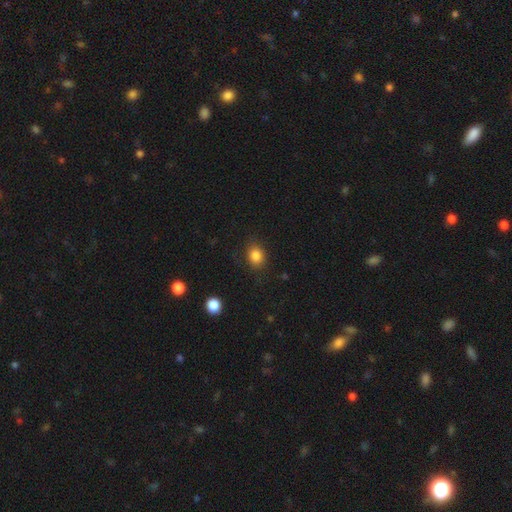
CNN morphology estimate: Smooth or featured: smooth — 85% (star or artifact — 10%)
How rounded: round — 53% (in between — 46%)
Merging: none — 83% (minor disturbance — 12%)